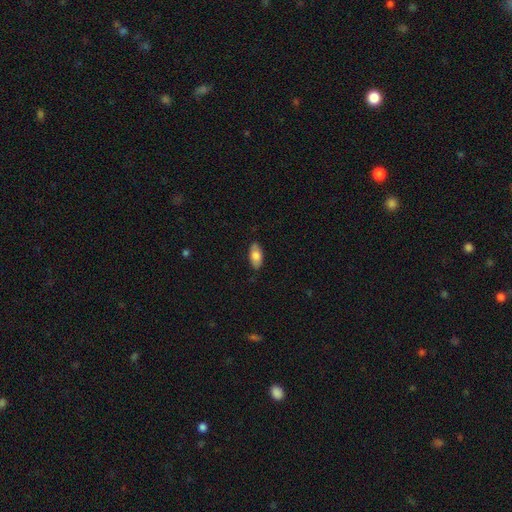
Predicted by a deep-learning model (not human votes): Smooth or featured? smooth (80%)
How rounded? in between (91%)
Merging? none (86%)